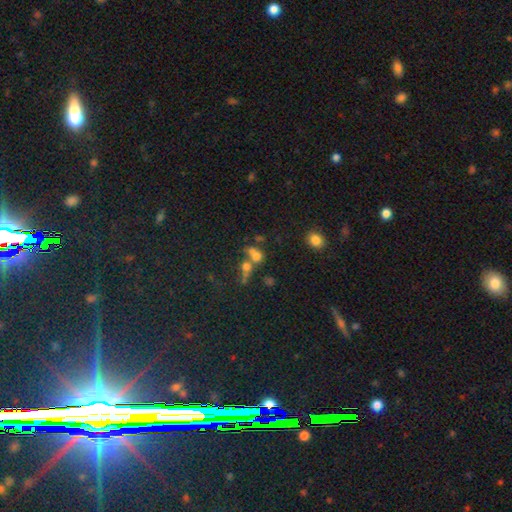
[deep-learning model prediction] Q: Smooth or featured?
A: smooth (60%); runner-up: star or artifact (21%)
Q: How rounded?
A: round (63%); runner-up: in between (34%)
Q: Merging?
A: merger (55%); runner-up: none (29%)